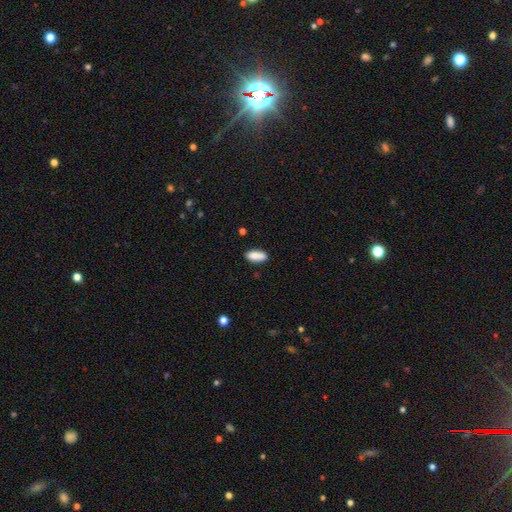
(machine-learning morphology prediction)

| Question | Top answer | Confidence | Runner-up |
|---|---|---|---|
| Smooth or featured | smooth | 87% | star or artifact (7%) |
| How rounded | in between | 83% | cigar-shaped (15%) |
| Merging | none | 80% | minor disturbance (15%) |